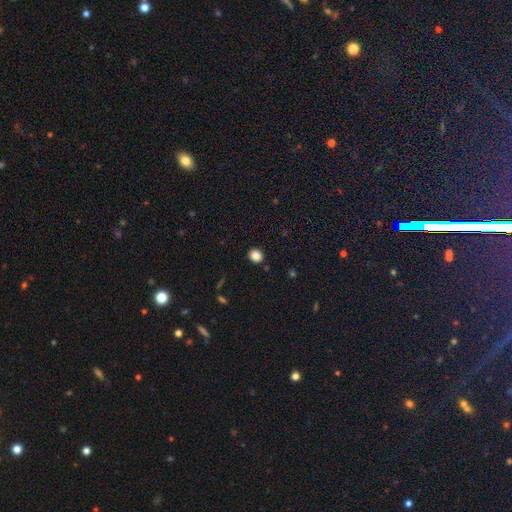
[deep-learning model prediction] A smooth galaxy with no disk features (84%) that is round (75%). Merging: none (90%).